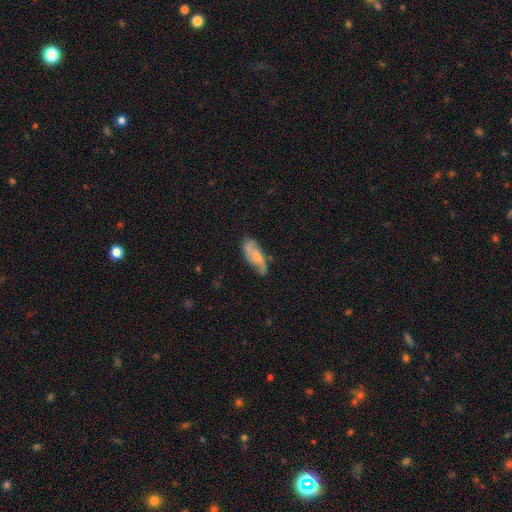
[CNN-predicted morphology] Q: Smooth or featured?
A: featured or disk (60%); runner-up: smooth (33%)
Q: Edge-on disk?
A: no (87%); runner-up: yes (13%)
Q: Bar?
A: no (64%); runner-up: weak (29%)
Q: Spiral arms?
A: yes (87%); runner-up: no (13%)
Q: Bulge size?
A: moderate (47%); runner-up: small (42%)
Q: Merging?
A: none (67%); runner-up: minor disturbance (24%)